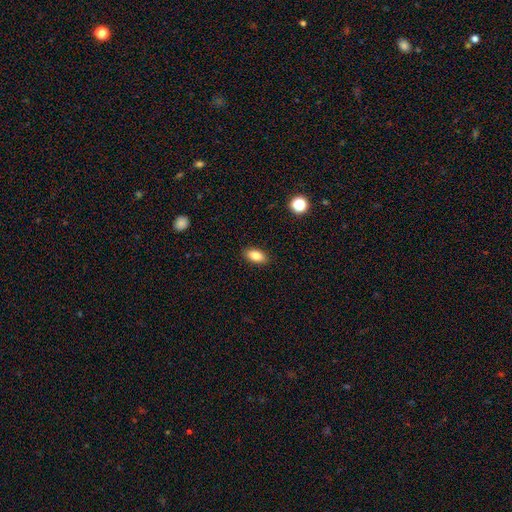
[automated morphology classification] type=smooth (85%); roundness=in between (90%); merging=none (90%).